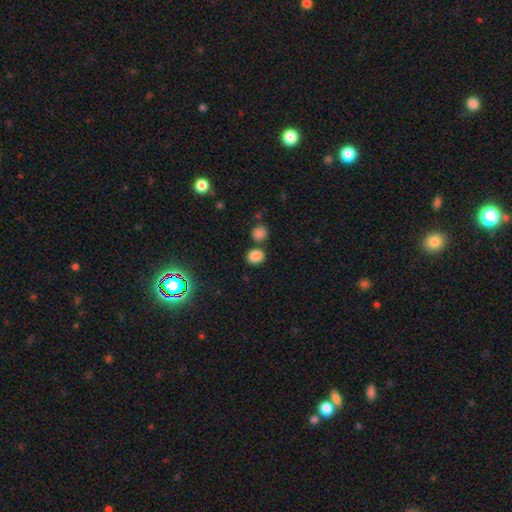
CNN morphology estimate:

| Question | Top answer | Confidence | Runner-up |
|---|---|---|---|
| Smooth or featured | smooth | 83% | star or artifact (13%) |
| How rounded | round | 55% | in between (44%) |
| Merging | none | 69% | merger (18%) |